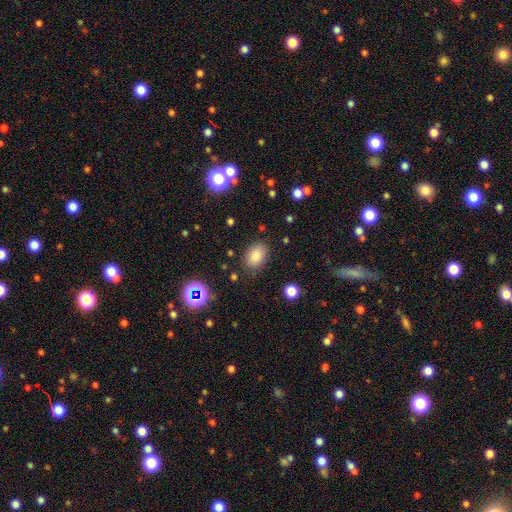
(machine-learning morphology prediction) smooth_or_featured: smooth (p=0.83) [alt: star or artifact p=0.11]
how_rounded: in between (p=0.80) [alt: round p=0.19]
merging: none (p=0.84) [alt: minor disturbance p=0.11]